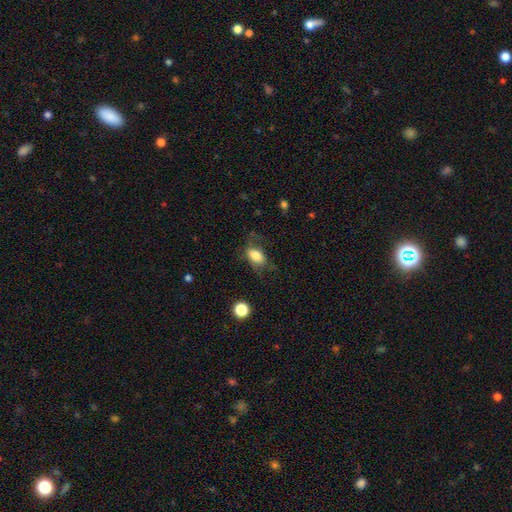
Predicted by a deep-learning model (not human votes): smooth-or-featured: smooth: 78% | featured or disk: 13% | star or artifact: 8%
  how-rounded: in between: 88% | round: 9% | cigar-shaped: 3%
  merging: none: 55% | minor disturbance: 25% | major disturbance: 17% | merger: 2%